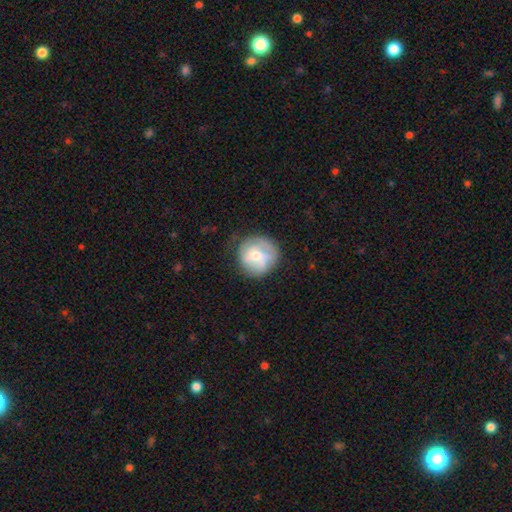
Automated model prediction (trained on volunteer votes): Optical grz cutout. It shows a smooth galaxy with no disk features (52%) that is round (90%). Merging: none (62%).